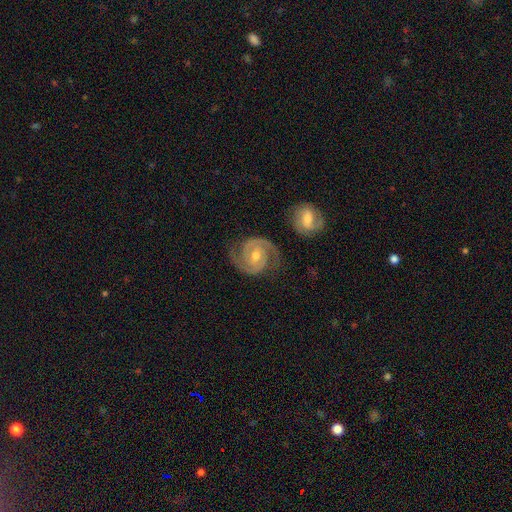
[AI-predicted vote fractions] Smooth or featured? featured or disk (92%)
Edge-on disk? no (98%)
Bar? no (44%)
Spiral arms? yes (98%)
Spiral winding? tight (56%)
Spiral arm count? 2 (93%)
Bulge size? moderate (63%)
Merging? none (81%)